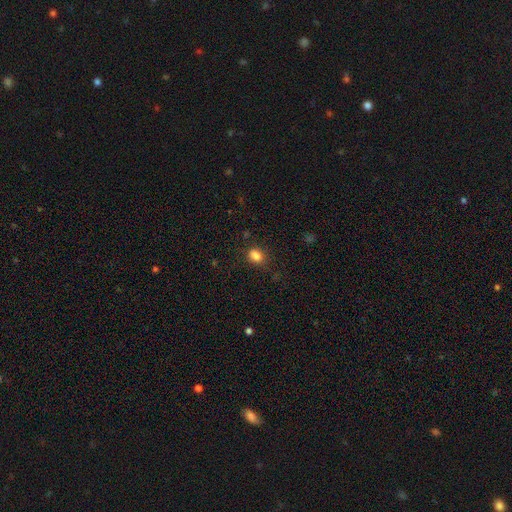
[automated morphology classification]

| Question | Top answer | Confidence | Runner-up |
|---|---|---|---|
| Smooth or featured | smooth | 84% | star or artifact (11%) |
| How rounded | in between | 65% | round (34%) |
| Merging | none | 76% | minor disturbance (17%) |